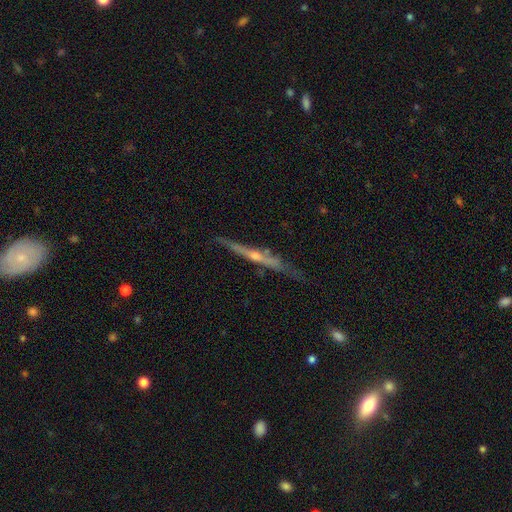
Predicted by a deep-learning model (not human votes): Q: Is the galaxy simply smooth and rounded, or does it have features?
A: featured or disk — 75%.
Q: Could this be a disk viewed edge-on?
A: yes — 96%.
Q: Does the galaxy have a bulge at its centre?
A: rounded — 70%.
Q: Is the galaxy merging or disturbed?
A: none — 76%.